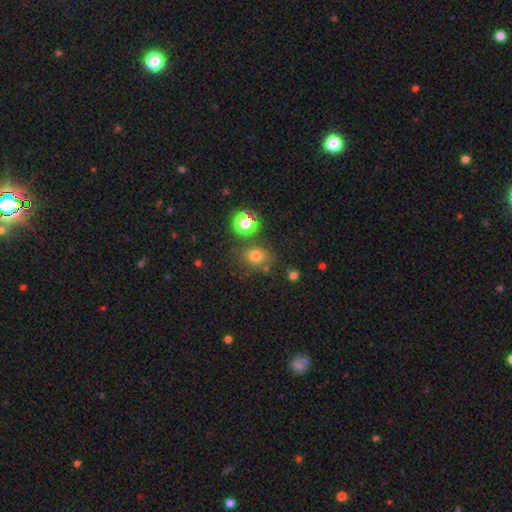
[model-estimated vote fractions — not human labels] A smooth galaxy with no disk features (73%) that is round (72%).

Vote fractions:
- Smooth or featured? smooth: 73% / star or artifact: 19% / featured or disk: 7%
- How rounded? round: 72% / in between: 27% / cigar-shaped: 1%
- Merging? none: 73% / minor disturbance: 13% / merger: 10% / major disturbance: 5%